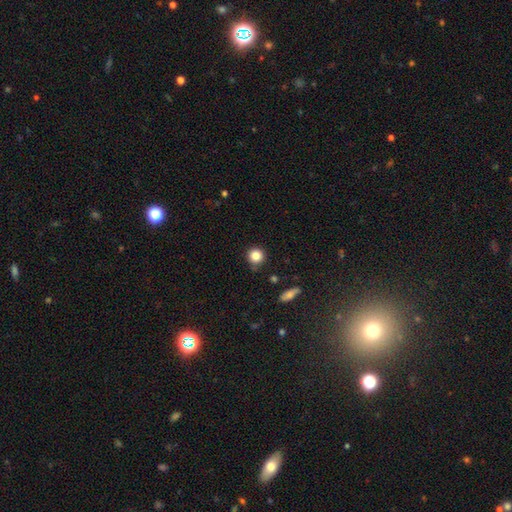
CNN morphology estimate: Q: Smooth or featured?
A: smooth (85%); runner-up: star or artifact (10%)
Q: How rounded?
A: round (93%); runner-up: in between (6%)
Q: Merging?
A: none (87%); runner-up: minor disturbance (8%)